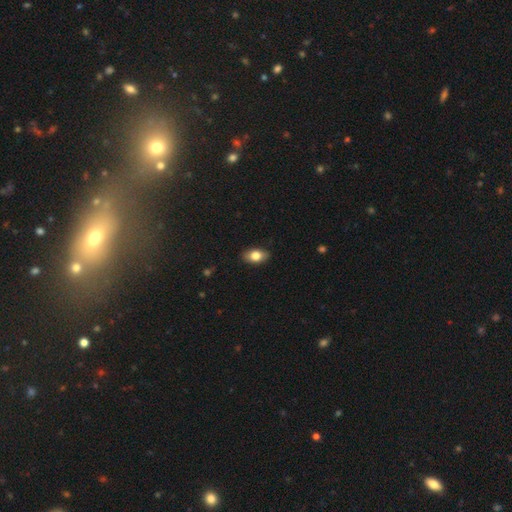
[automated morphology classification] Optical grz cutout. It shows a smooth galaxy with no disk features (80%) that is in between round and cigar-shaped (87%). Merging: none (86%).